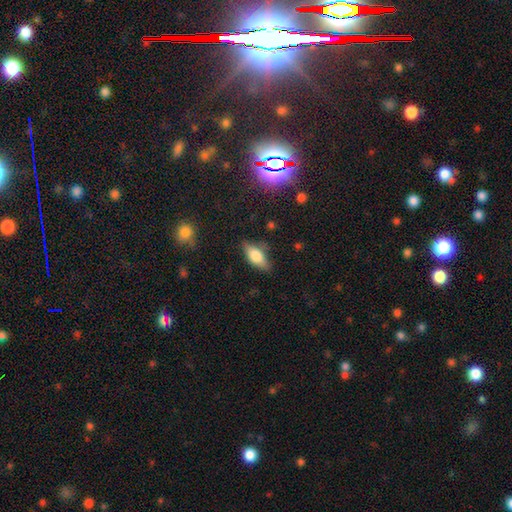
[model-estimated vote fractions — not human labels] Smooth or featured?
  - smooth: 63% *
  - featured or disk: 28%
  - star or artifact: 8%
How rounded?
  - in between: 76% *
  - cigar-shaped: 20%
  - round: 4%
Merging?
  - none: 76% *
  - minor disturbance: 18%
  - major disturbance: 5%
  - merger: 2%